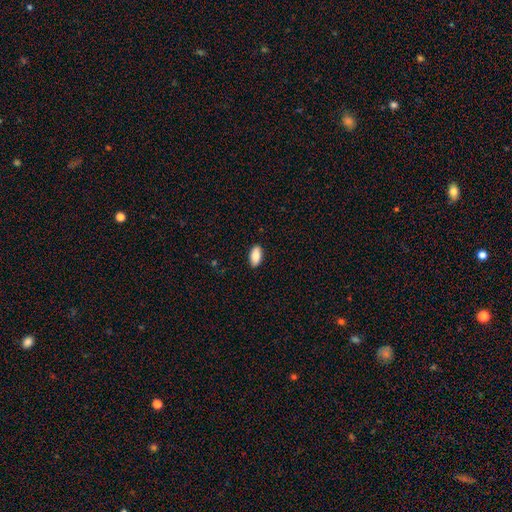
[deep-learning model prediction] This is clearly a smooth galaxy (88%). How rounded: clearly in between (92%). Merging: clearly none (90%).